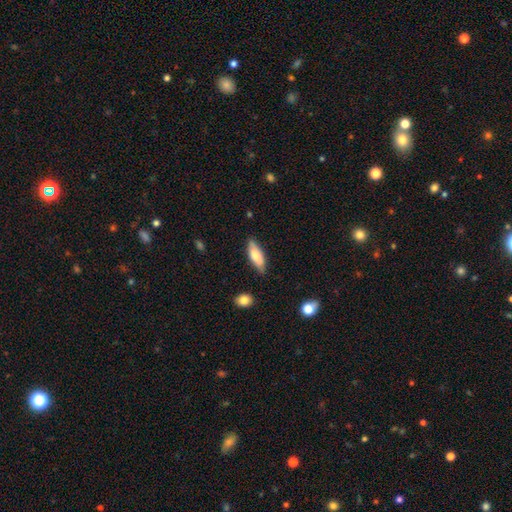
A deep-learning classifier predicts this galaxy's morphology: Overall: smooth (70%). How rounded: in between (63%; cigar-shaped 35%). Merging: none (80%).